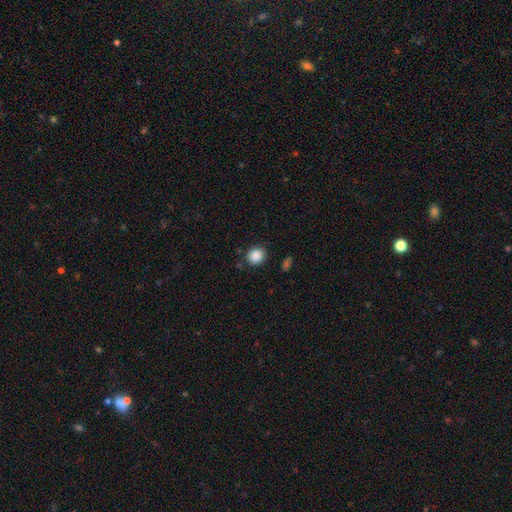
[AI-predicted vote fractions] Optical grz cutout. It shows a smooth galaxy with no disk features (87%) that is round (81%). Merging: none (84%).